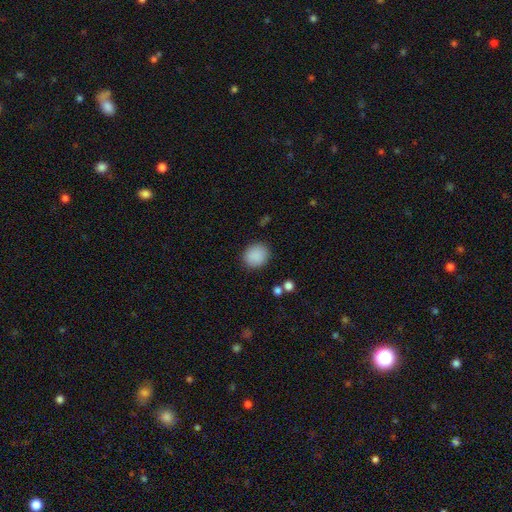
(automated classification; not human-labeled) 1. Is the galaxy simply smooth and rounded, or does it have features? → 88% smooth, 8% star or artifact, 3% featured or disk.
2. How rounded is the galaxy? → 72% round, 27% in between, 1% cigar-shaped.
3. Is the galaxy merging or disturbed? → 87% none, 9% minor disturbance, 3% major disturbance, 2% merger.